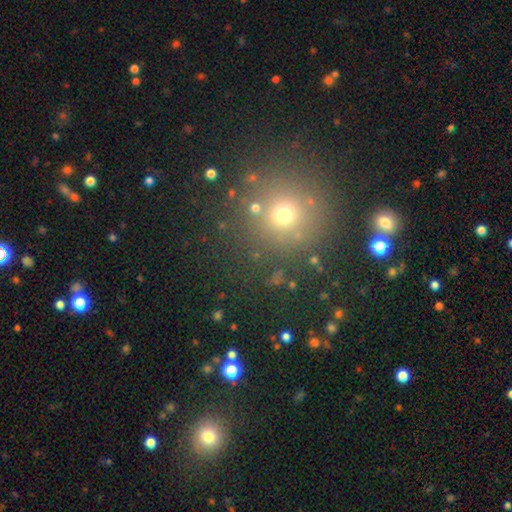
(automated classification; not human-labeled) The model was most divided on "smooth or featured": smooth: 53%, star or artifact: 38%, featured or disk: 9%. More confident: how rounded — round (94%); merging — none (85%).